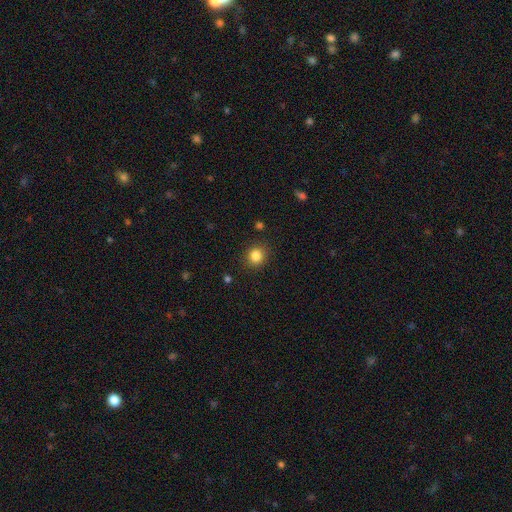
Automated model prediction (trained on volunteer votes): Smooth or featured? Predicted: smooth (p=0.84). How rounded? Predicted: round (p=0.85). Merging? Predicted: none (p=0.88).